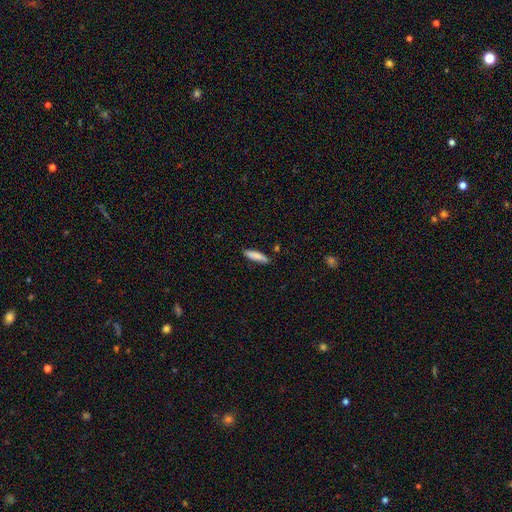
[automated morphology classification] Q: Smooth or featured?
A: smooth (84%); runner-up: featured or disk (10%)
Q: How rounded?
A: cigar-shaped (66%); runner-up: in between (33%)
Q: Merging?
A: none (84%); runner-up: minor disturbance (12%)